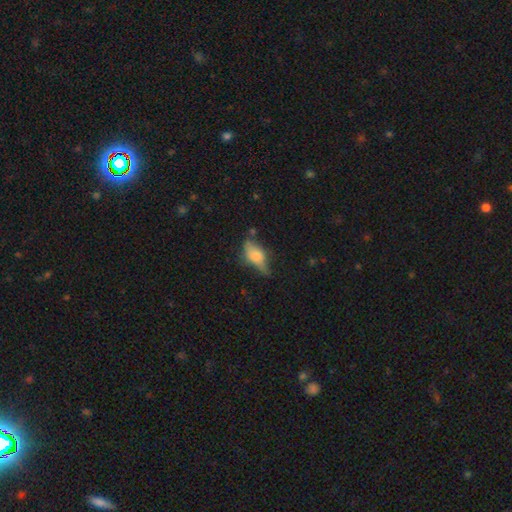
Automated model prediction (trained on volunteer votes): smooth-or-featured: smooth: 59% | featured or disk: 32% | star or artifact: 9%
  how-rounded: in between: 79% | cigar-shaped: 16% | round: 5%
  merging: none: 43% | minor disturbance: 35% | major disturbance: 17% | merger: 5%